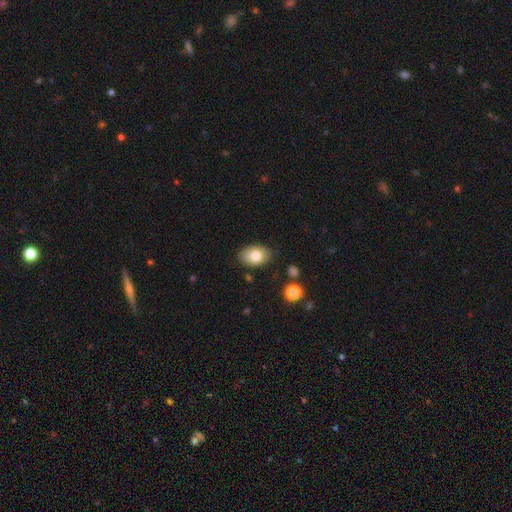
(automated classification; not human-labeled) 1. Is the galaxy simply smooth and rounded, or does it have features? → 80% smooth, 12% featured or disk, 8% star or artifact.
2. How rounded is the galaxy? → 87% in between, 12% round, 1% cigar-shaped.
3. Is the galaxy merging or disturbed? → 82% none, 14% minor disturbance, 3% major disturbance, 2% merger.